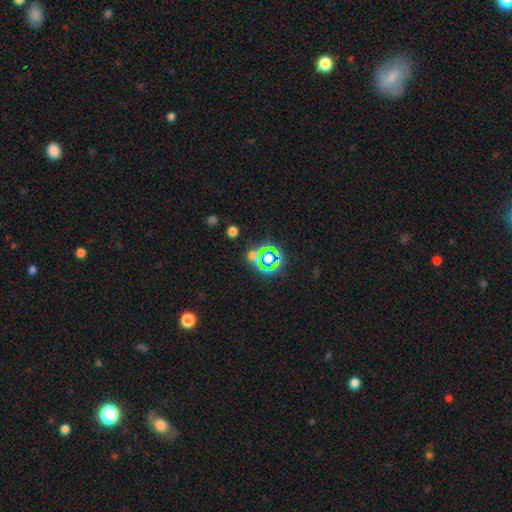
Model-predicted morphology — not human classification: Overall: star or artifact (72%).